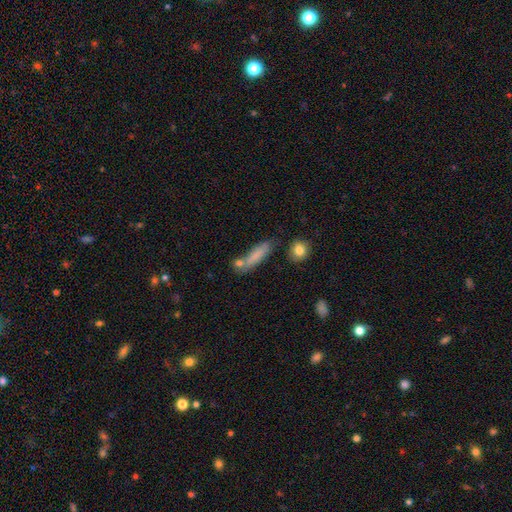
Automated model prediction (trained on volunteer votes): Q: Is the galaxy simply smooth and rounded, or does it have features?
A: smooth — 76%.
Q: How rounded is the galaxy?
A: cigar-shaped — 70%.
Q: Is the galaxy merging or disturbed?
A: none — 62%.